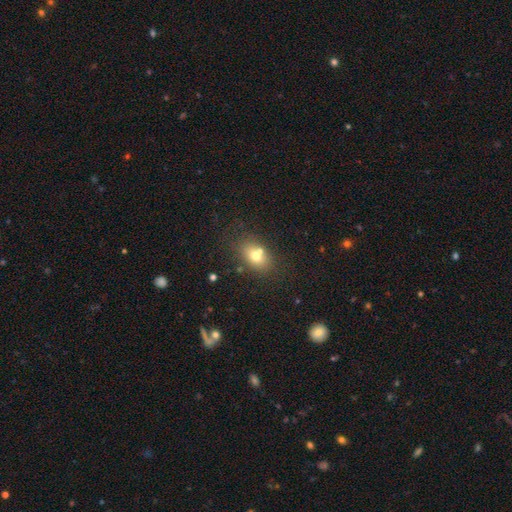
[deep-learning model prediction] This is likely a smooth galaxy (69%). How rounded: likely in between (71%). Merging: likely none (63%).